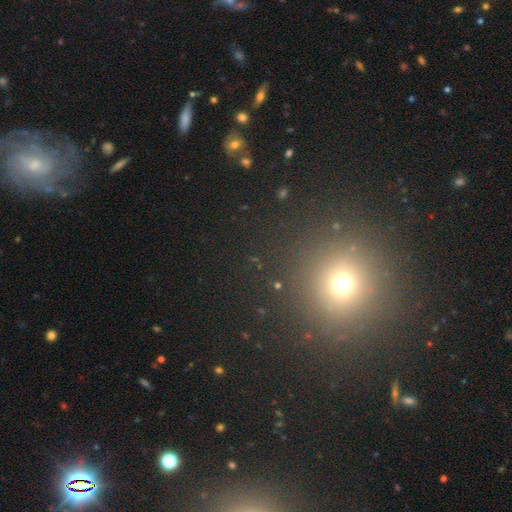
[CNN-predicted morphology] This appears to be a smooth galaxy with no disk features (48%). Merging: none (89%).